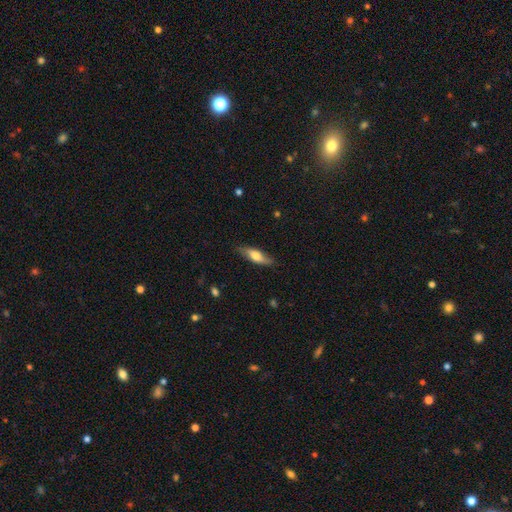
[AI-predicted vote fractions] smooth_or_featured: smooth (p=0.60) [alt: featured or disk p=0.34]
how_rounded: cigar-shaped (p=0.49) [alt: in between p=0.48]
merging: none (p=0.80) [alt: minor disturbance p=0.16]